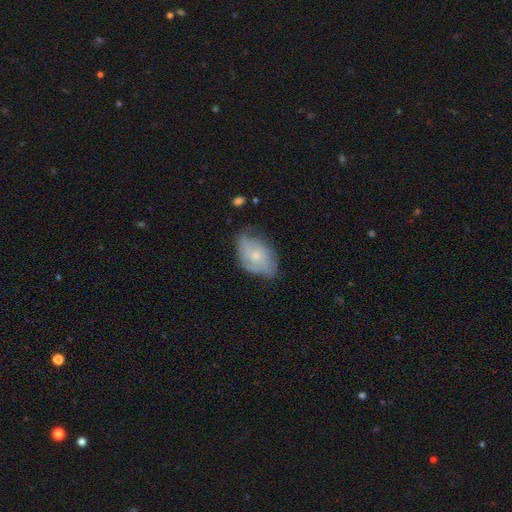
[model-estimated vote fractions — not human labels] smooth-or-featured: featured or disk: 52% | smooth: 40% | star or artifact: 7%
  disk-edge-on: no: 95% | yes: 5%
    bar: no: 82% | weak: 16% | strong: 2%
    has-spiral-arms: yes: 68% | no: 32%
    bulge-size: small: 60% | moderate: 35% | none: 3% | large: 2% | dominant: 1%
  merging: none: 55% | minor disturbance: 33% | major disturbance: 11% | merger: 2%